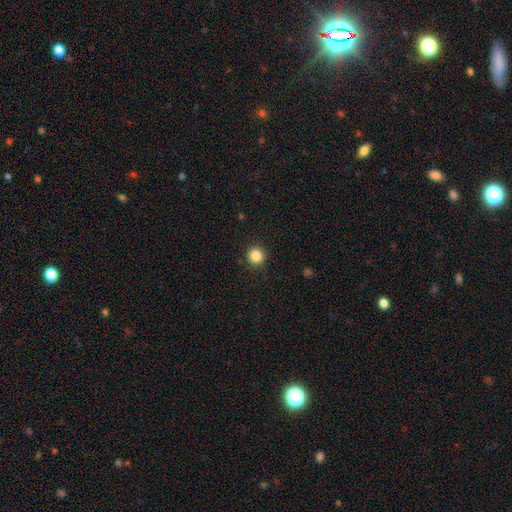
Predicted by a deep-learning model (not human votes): Q: Smooth or featured?
A: smooth (86%); runner-up: star or artifact (11%)
Q: How rounded?
A: round (93%); runner-up: in between (6%)
Q: Merging?
A: none (91%); runner-up: minor disturbance (6%)